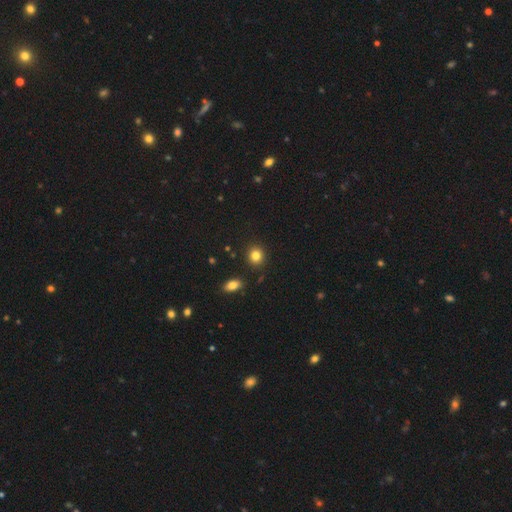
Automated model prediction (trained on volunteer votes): Morphology: type=smooth (84%); roundness=round (82%); merging=none (89%).